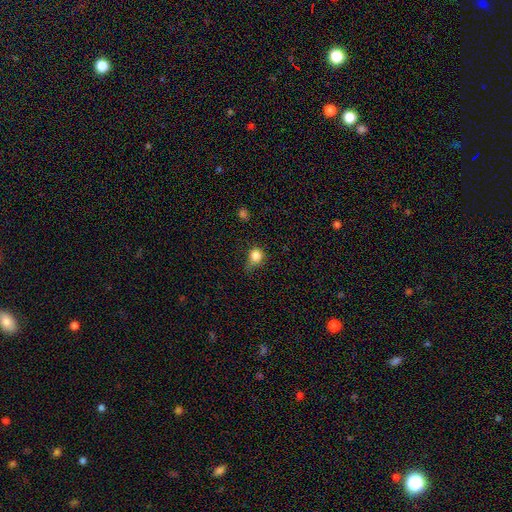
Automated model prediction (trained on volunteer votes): The model was most divided on "merging": none: 43%, minor disturbance: 39%, major disturbance: 15%, merger: 3%. More confident: smooth or featured — smooth (82%); how rounded — round (76%).